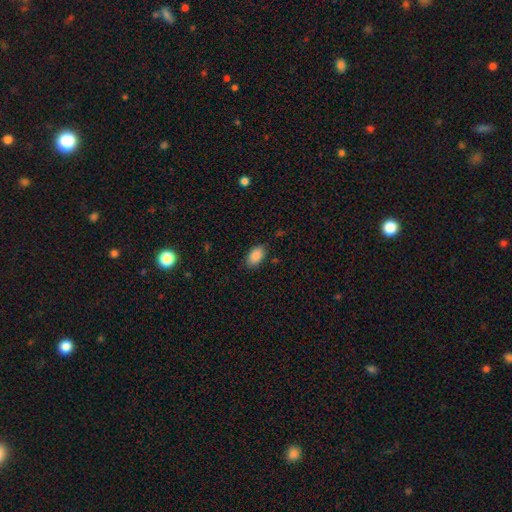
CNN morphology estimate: type=smooth (88%); roundness=in between (92%); merging=none (82%).